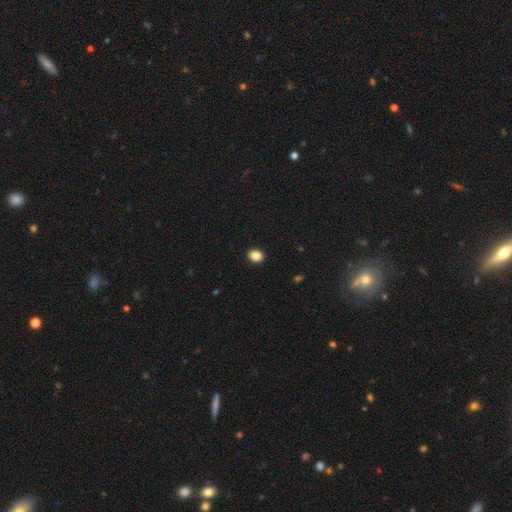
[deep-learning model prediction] Overall: smooth (87%). How rounded: round (50%; in between 49%). Merging: none (92%).